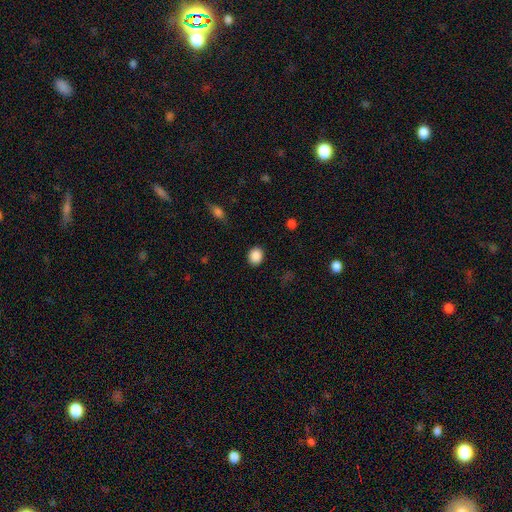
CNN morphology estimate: smooth 88%, star or artifact 9%, featured or disk 3%. Down the decision tree: how rounded — round (67%); merging — none (89%).